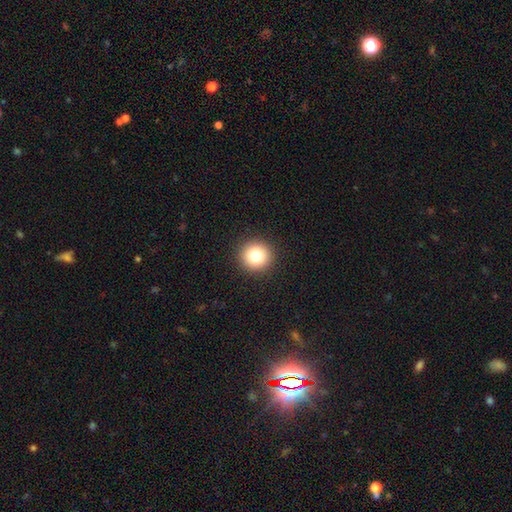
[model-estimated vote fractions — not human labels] Smooth or featured? smooth (81%)
How rounded? round (94%)
Merging? none (93%)